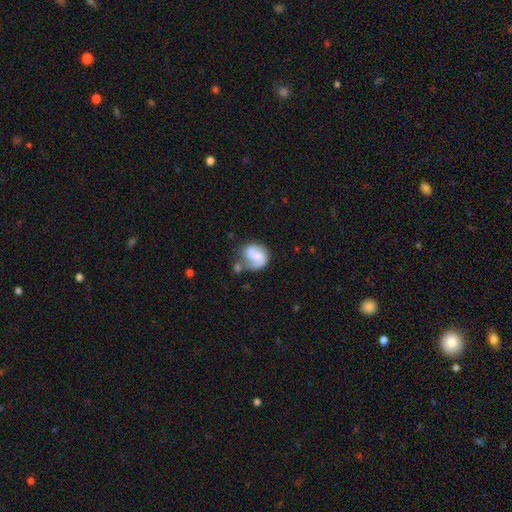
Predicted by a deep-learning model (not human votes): A featured or disk galaxy (60%) with no bar (56%), 2 (73%) medium (43%) spiral arms (89%) and a small central bulge (42%).

Vote fractions:
- Smooth or featured? featured or disk: 60% / smooth: 32% / star or artifact: 7%
- Edge-on disk? no: 98% / yes: 2%
- Bar? no: 56% / weak: 35% / strong: 9%
- Spiral arms? yes: 89% / no: 11%
- Spiral winding? medium: 43% / loose: 34% / tight: 23%
- Spiral arm count? 2: 73% / 1: 17% / can't tell: 7% / 3: 1% / 4: 1% / more than 4: 1%
- Bulge size? small: 42% / moderate: 27% / none: 24% / large: 5% / dominant: 2%
- Merging? none: 46% / minor disturbance: 25% / merger: 15% / major disturbance: 14%